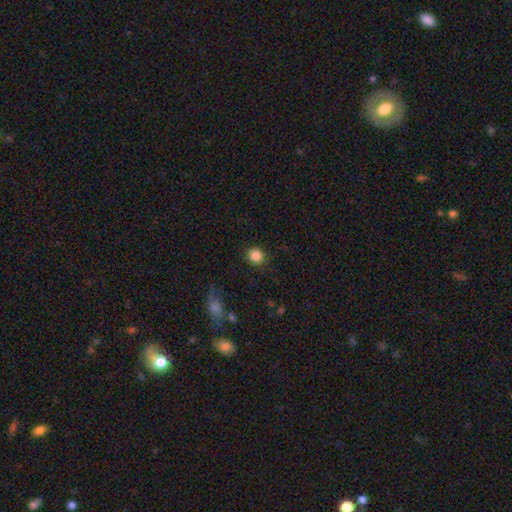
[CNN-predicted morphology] Smooth or featured? smooth (86%)
How rounded? round (84%)
Merging? none (86%)